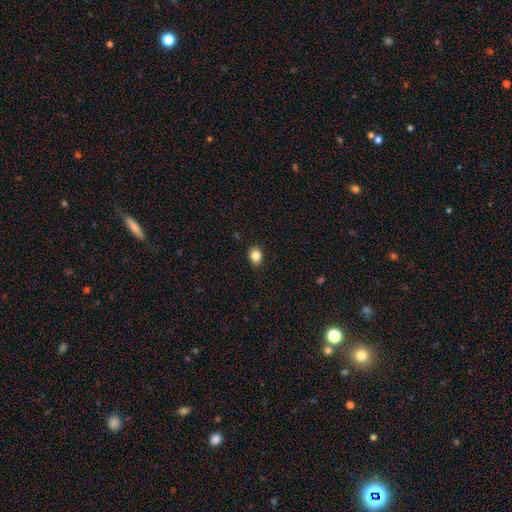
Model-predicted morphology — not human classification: type=smooth (85%); roundness=round (50%); merging=none (89%).